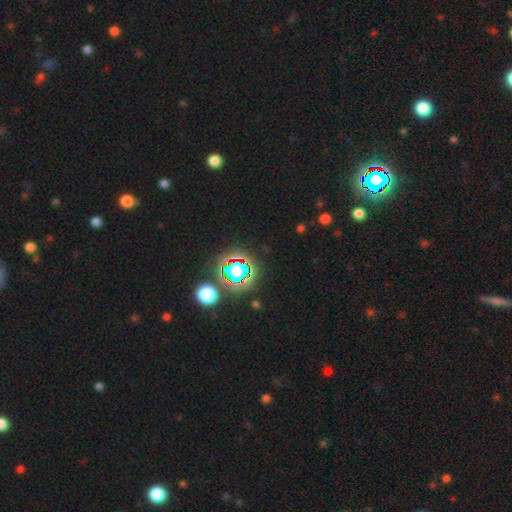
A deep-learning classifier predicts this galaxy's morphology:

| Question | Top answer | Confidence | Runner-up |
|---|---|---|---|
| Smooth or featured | star or artifact | 80% | smooth (13%) |